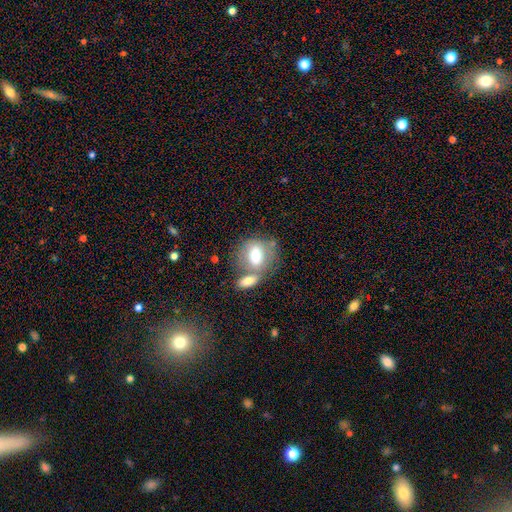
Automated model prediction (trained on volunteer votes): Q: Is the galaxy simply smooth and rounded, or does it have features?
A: smooth — 64%.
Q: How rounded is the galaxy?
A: round — 49%.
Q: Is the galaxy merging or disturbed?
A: merger — 42%.